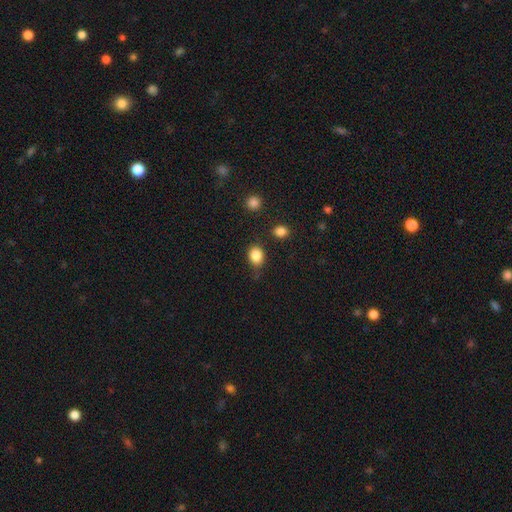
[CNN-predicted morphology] Smooth or featured: smooth — 87% (star or artifact — 9%)
How rounded: in between — 55% (round — 44%)
Merging: none — 73% (minor disturbance — 17%)